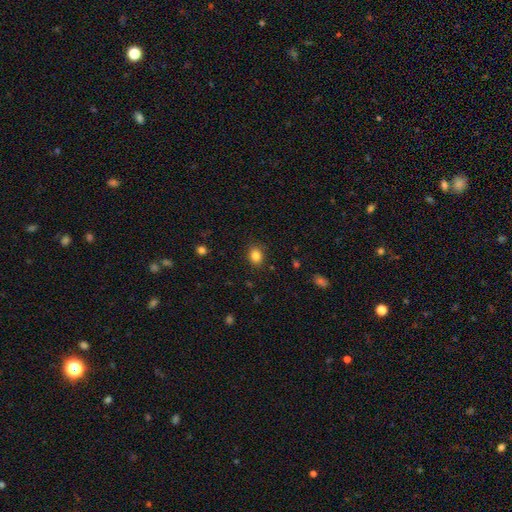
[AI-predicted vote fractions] Smooth or featured? Predicted: smooth (p=0.84). How rounded? Predicted: round (p=0.56). Merging? Predicted: none (p=0.88).